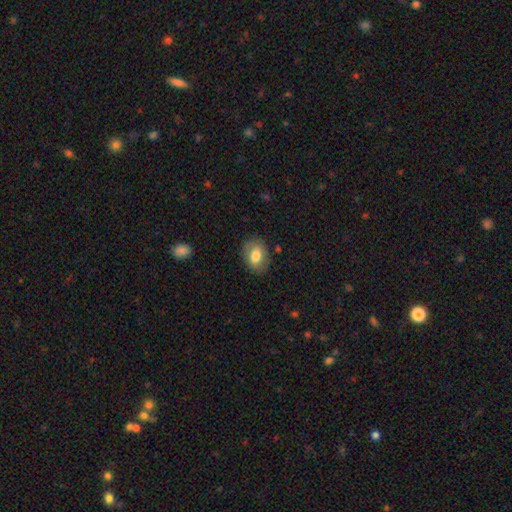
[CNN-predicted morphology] Smooth or featured: smooth — 73% (featured or disk — 19%)
How rounded: in between — 71% (round — 28%)
Merging: none — 82% (minor disturbance — 13%)